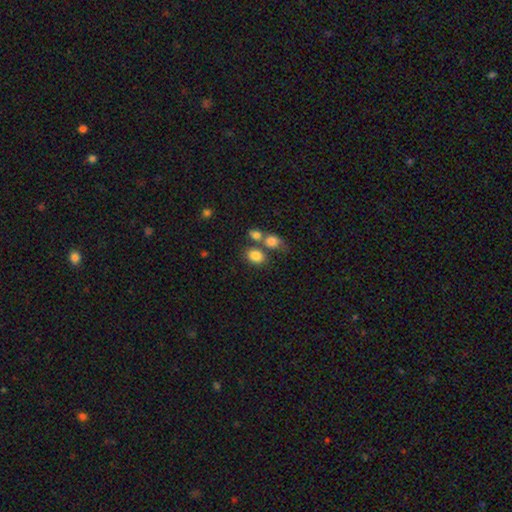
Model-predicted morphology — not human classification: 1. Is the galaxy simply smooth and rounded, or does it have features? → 82% smooth, 10% star or artifact, 8% featured or disk.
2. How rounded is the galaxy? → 58% in between, 41% round, 1% cigar-shaped.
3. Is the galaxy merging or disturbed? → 51% none, 32% merger, 11% minor disturbance, 6% major disturbance.